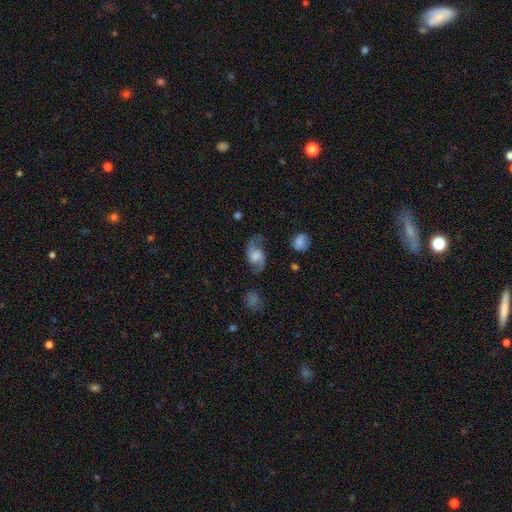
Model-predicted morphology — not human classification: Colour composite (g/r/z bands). It shows a featured or disk galaxy (75%) with no bar (53%), 2 (92%) loose (54%) spiral arms (93%) and a large central bulge (30%). Merging: none (68%).